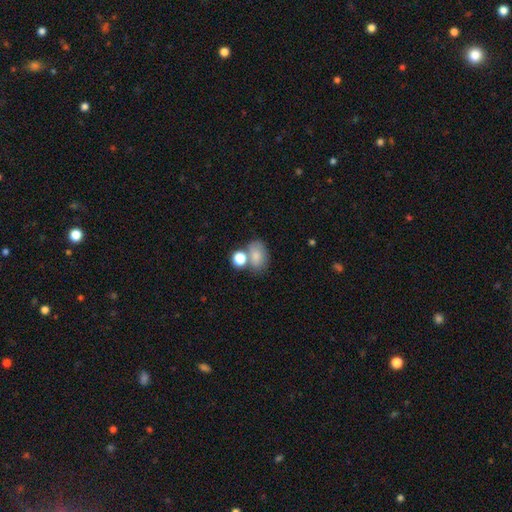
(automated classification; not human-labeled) This is likely a smooth galaxy (78%). How rounded: likely in between (74%). Merging: possibly none (48%).